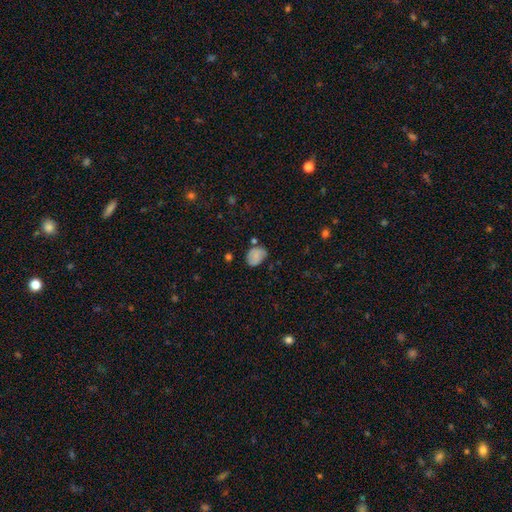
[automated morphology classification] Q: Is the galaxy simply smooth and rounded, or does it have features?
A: smooth — 76%.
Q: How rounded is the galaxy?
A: in between — 70%.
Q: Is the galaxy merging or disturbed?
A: none — 65%.